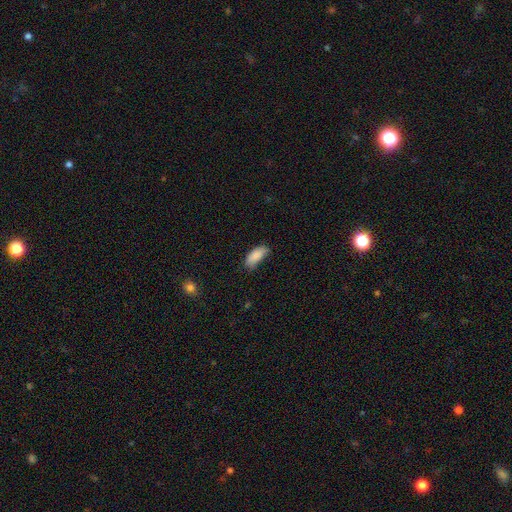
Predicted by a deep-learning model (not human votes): A smooth galaxy with no disk features (87%) that is in between round and cigar-shaped (86%). Merging: none (54%).